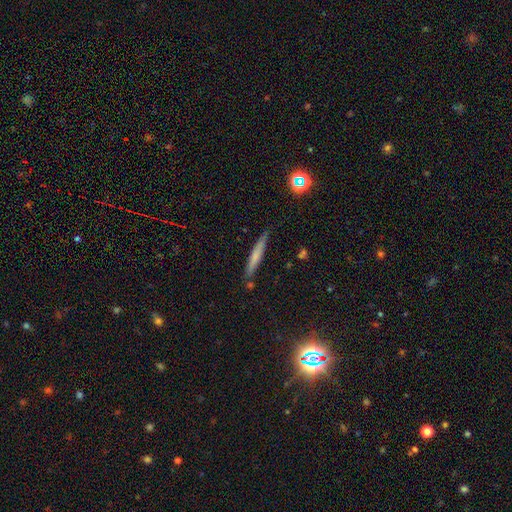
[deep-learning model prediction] Smooth or featured? smooth (55%)
How rounded? cigar-shaped (94%)
Merging? none (84%)